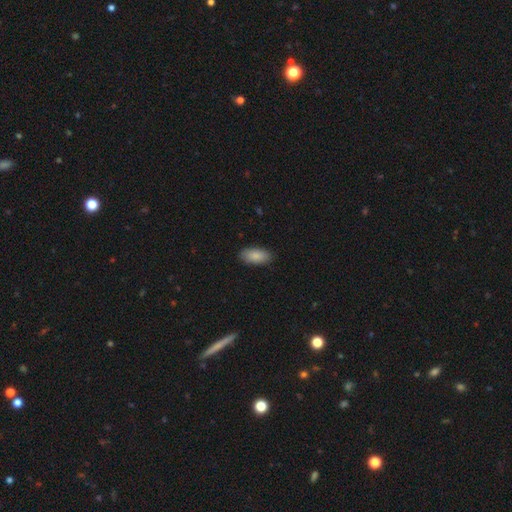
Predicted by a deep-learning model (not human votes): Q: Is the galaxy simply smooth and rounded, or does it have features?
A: smooth — 88%.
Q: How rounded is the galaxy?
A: in between — 92%.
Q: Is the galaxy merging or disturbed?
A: none — 88%.